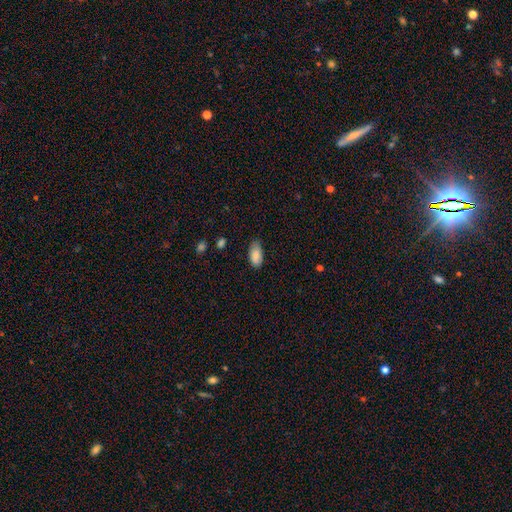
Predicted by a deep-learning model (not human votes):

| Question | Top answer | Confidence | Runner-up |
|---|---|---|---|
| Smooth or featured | smooth | 87% | star or artifact (7%) |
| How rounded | in between | 92% | cigar-shaped (6%) |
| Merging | none | 66% | minor disturbance (28%) |